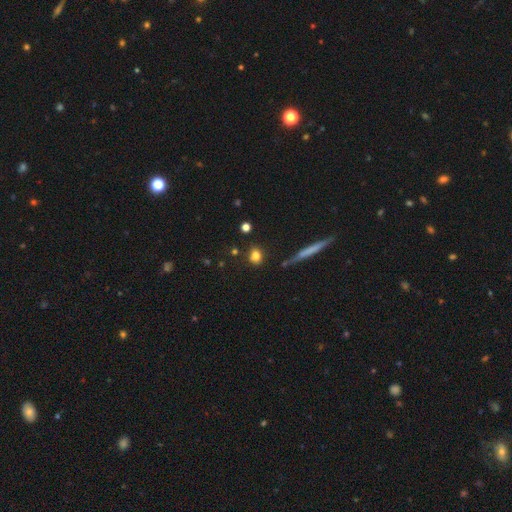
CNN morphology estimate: Q: Smooth or featured?
A: smooth (79%); runner-up: star or artifact (12%)
Q: How rounded?
A: round (52%); runner-up: in between (43%)
Q: Merging?
A: none (80%); runner-up: minor disturbance (11%)